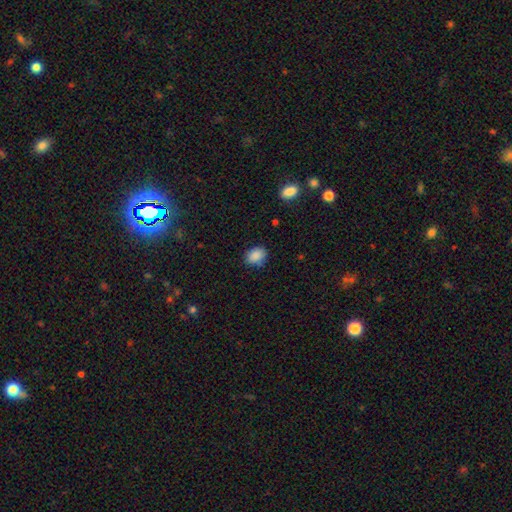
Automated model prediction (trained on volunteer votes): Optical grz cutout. It shows a smooth galaxy with no disk features (86%) that is in between round and cigar-shaped (66%). Merging: none (74%).